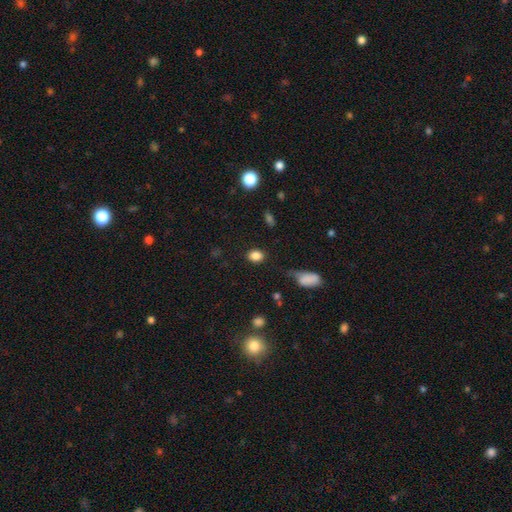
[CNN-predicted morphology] This appears to be a smooth galaxy with no disk features (85%) that is in between round and cigar-shaped (58%). Merging: none (83%).